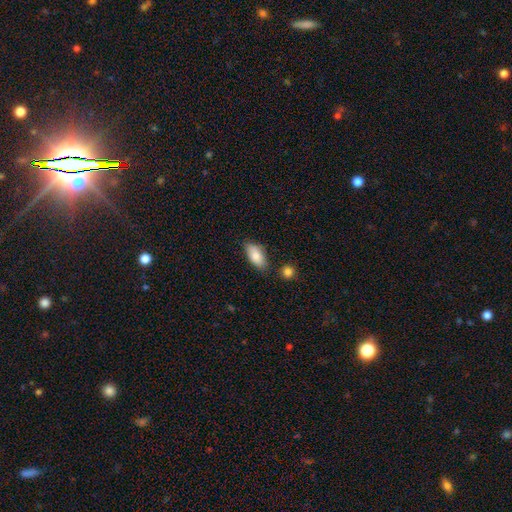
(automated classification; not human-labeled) Smooth or featured? smooth (83%)
How rounded? in between (90%)
Merging? none (75%)